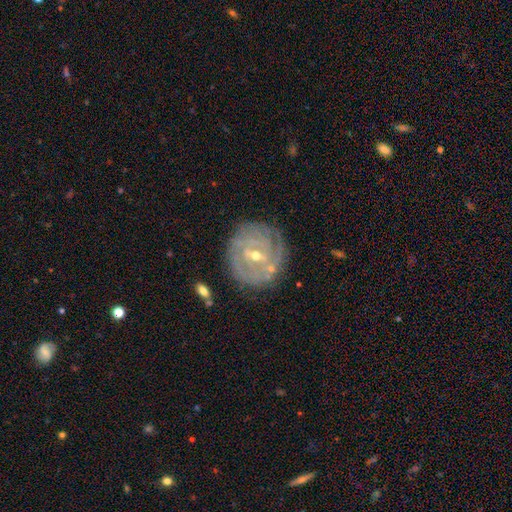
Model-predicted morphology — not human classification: Overall: featured or disk (83%). Edge-on disk: no (96%). Bar: weak (51%; strong 26%). Spiral arms: yes (89%). Spiral arm count: can't tell (39%; 2 24%). Spiral winding: tight (80%). Bulge size: moderate (49%; small 48%). Merging: none (78%).